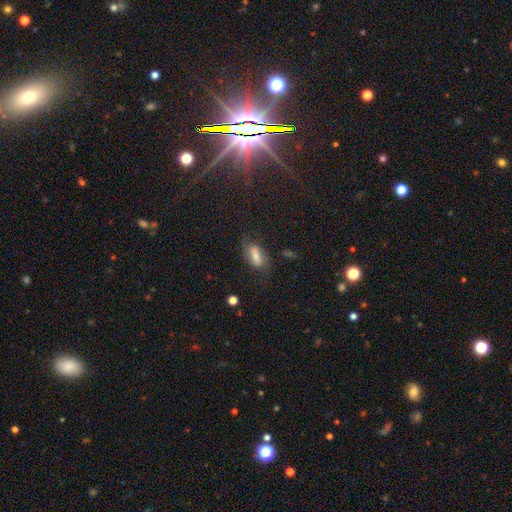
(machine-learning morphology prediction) smooth-or-featured: smooth: 58% | featured or disk: 31% | star or artifact: 11%
  how-rounded: in between: 82% | cigar-shaped: 13% | round: 5%
  merging: none: 67% | minor disturbance: 21% | major disturbance: 10% | merger: 2%